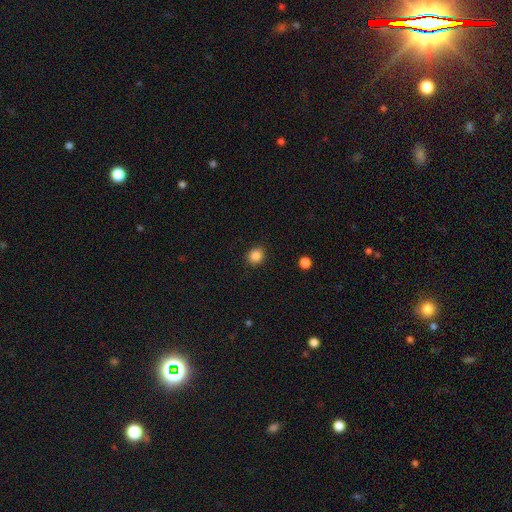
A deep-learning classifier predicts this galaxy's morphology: This appears to be a smooth galaxy with no disk features (86%) that is round (79%). Merging: none (88%).